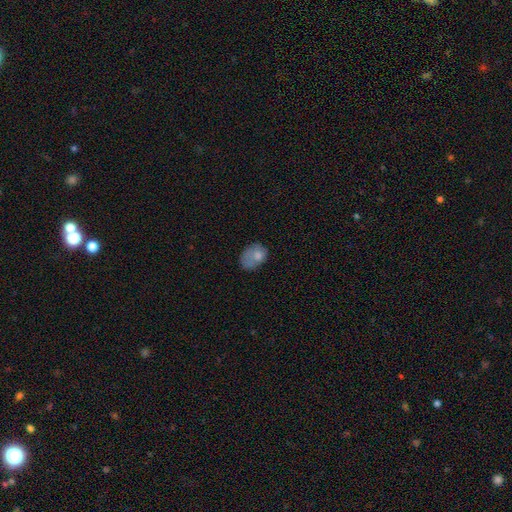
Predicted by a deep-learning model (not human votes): Smooth or featured? smooth (72%)
How rounded? in between (73%)
Merging? none (37%)